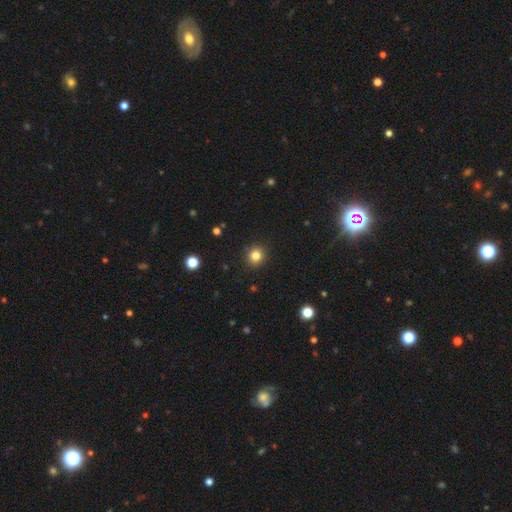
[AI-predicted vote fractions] Smooth or featured: smooth — 82% (star or artifact — 12%)
How rounded: round — 88% (in between — 12%)
Merging: none — 91% (minor disturbance — 6%)